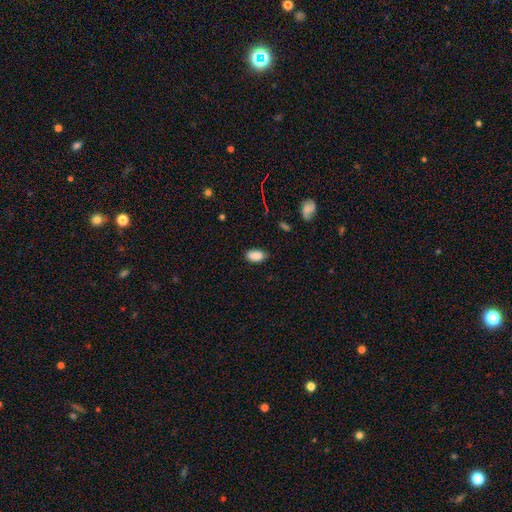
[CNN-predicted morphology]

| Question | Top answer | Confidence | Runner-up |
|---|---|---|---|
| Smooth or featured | smooth | 88% | star or artifact (8%) |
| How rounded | in between | 93% | round (5%) |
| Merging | none | 78% | minor disturbance (17%) |